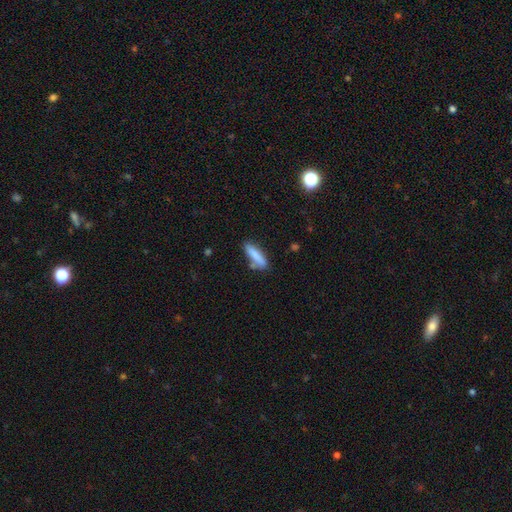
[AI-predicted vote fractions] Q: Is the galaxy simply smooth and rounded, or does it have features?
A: smooth — 83%.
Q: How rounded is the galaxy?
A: cigar-shaped — 71%.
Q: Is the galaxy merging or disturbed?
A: none — 70%.